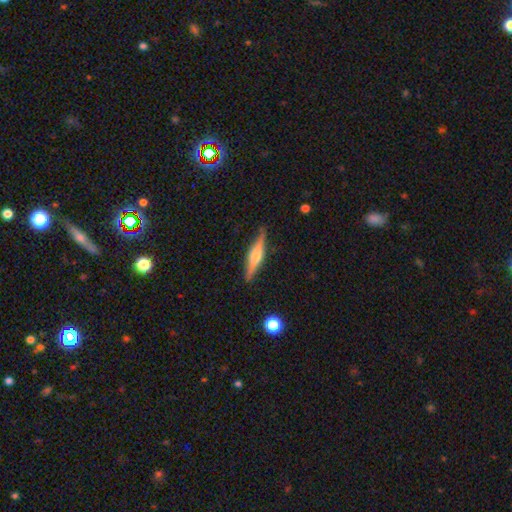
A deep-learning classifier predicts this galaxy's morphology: Smooth or featured? featured or disk (67%)
Edge-on disk? yes (97%)
Edge-on bulge? rounded (78%)
Merging? none (88%)